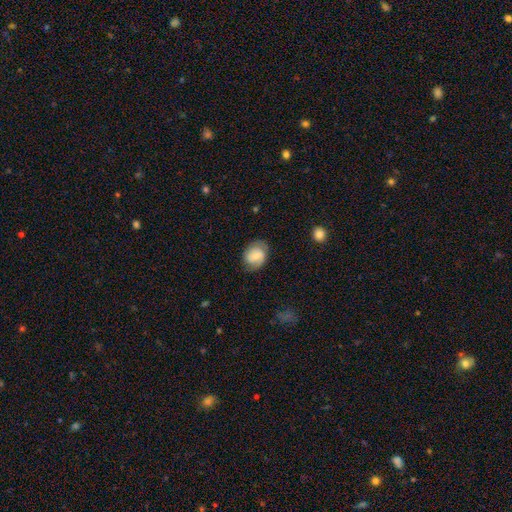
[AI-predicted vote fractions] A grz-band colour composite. It shows a smooth galaxy with no disk features (56%) that is in between round and cigar-shaped (59%). Merging: none (71%).